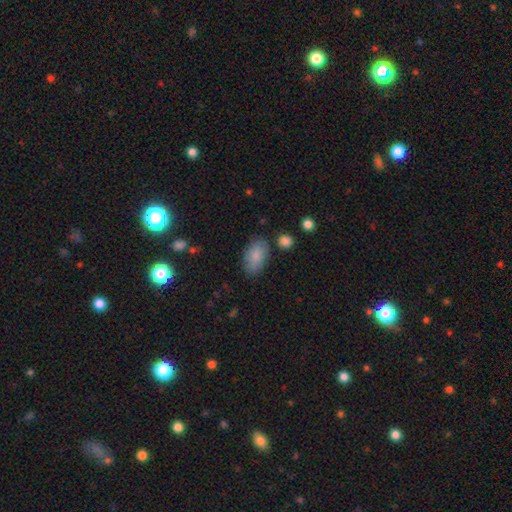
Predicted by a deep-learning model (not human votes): A smooth galaxy with no disk features (85%) that is in between round and cigar-shaped (93%). Merging: none (77%).